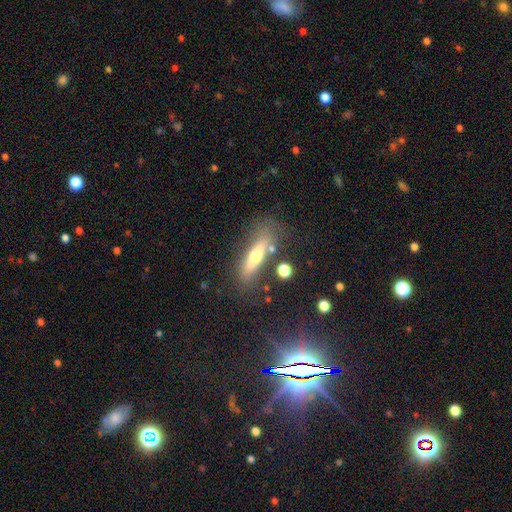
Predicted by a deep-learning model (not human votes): Smooth or featured? smooth (52%)
How rounded? cigar-shaped (72%)
Merging? none (69%)